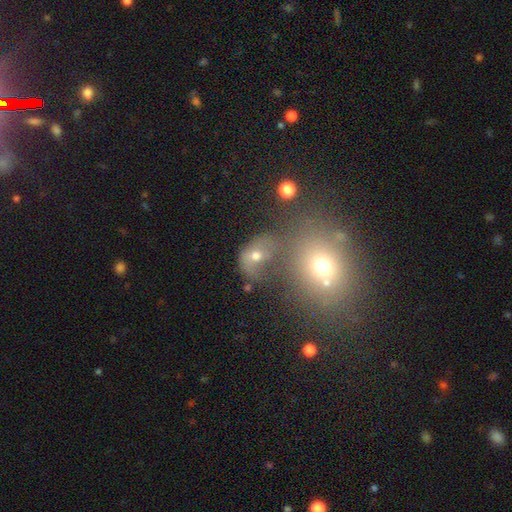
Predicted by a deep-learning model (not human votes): Morphology: type=smooth (58%); roundness=in between (54%); merging=merger (46%).